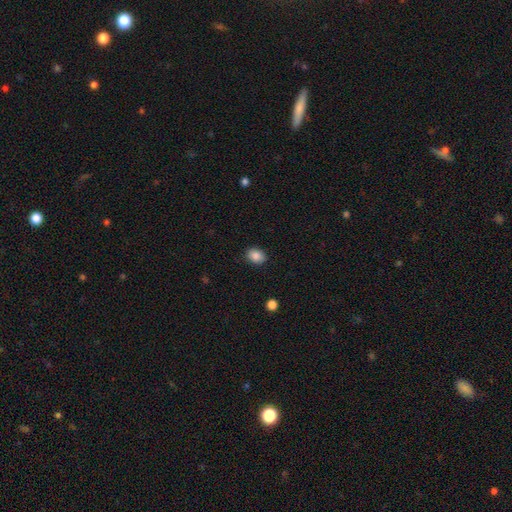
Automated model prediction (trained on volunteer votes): A smooth galaxy with no disk features (87%) that is in between round and cigar-shaped (58%).

Vote fractions:
- Smooth or featured? smooth: 87% / star or artifact: 9% / featured or disk: 5%
- How rounded? in between: 58% / round: 41% / cigar-shaped: 1%
- Merging? none: 87% / minor disturbance: 10% / major disturbance: 2% / merger: 1%